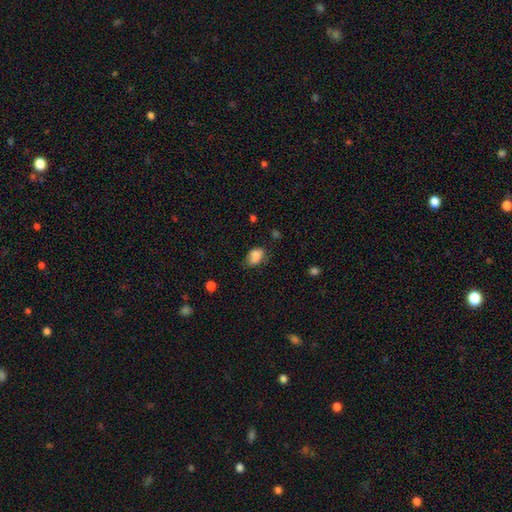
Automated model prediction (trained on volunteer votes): This is clearly a smooth galaxy (83%). How rounded: clearly in between (82%). Merging: possibly none (55%).